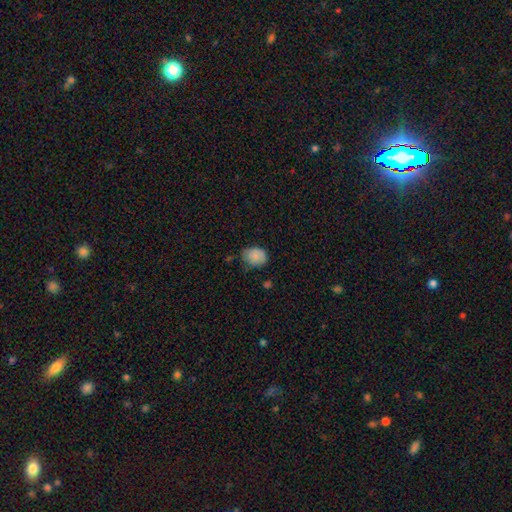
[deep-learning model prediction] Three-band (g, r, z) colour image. It shows a smooth galaxy with no disk features (84%) that is in between round and cigar-shaped (60%). Merging: none (56%).